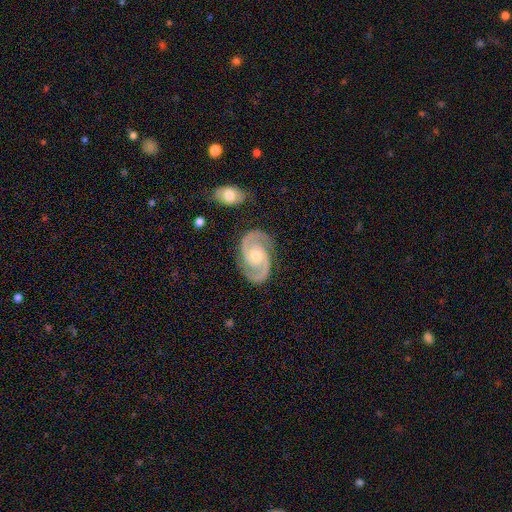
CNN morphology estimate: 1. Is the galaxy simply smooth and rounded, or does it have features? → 93% featured or disk, 4% star or artifact, 3% smooth.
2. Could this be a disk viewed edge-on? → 98% no, 2% yes.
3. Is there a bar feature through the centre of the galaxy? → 57% no, 33% weak, 10% strong.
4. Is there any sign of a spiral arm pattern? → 99% yes, 1% no.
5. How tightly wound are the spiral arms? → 50% medium, 44% tight, 7% loose.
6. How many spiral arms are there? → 94% 2, 2% 3, 1% can't tell, 1% 1, 1% 4, 1% more than 4.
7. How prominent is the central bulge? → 58% moderate, 36% small, 3% large, 2% none, 1% dominant.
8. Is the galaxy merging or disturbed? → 84% none, 11% minor disturbance, 3% major disturbance, 2% merger.